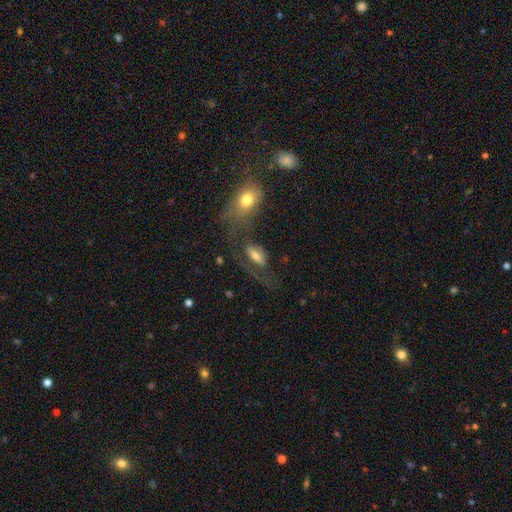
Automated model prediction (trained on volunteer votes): Smooth or featured: smooth — 45% (featured or disk — 43%)
Merging: none — 38% (major disturbance — 28%)